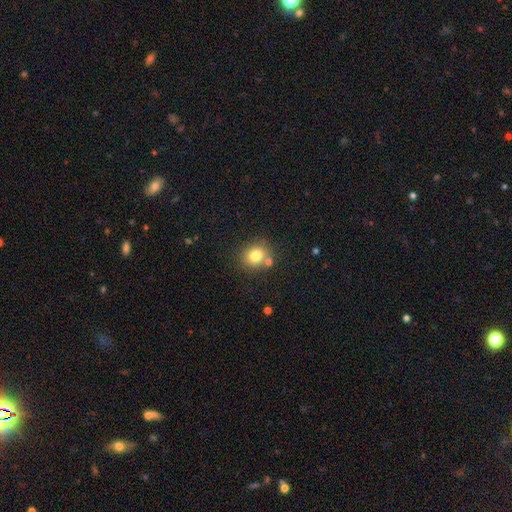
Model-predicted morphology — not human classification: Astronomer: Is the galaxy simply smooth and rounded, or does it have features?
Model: smooth — 78%.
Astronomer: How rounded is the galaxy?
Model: round — 77%.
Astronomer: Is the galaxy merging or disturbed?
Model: none — 73%.